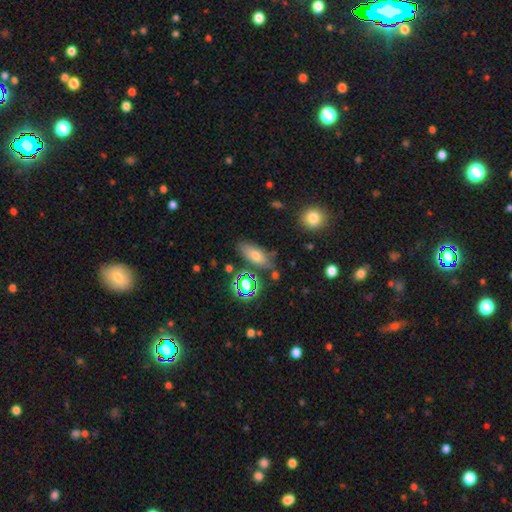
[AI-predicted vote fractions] This is likely a smooth galaxy (62%). How rounded: likely in between (74%). Merging: likely none (74%).